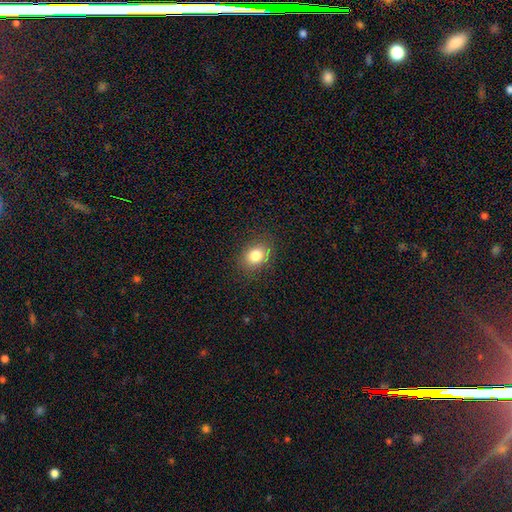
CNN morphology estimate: Overall: smooth (81%). How rounded: in between (56%; round 43%). Merging: none (85%).